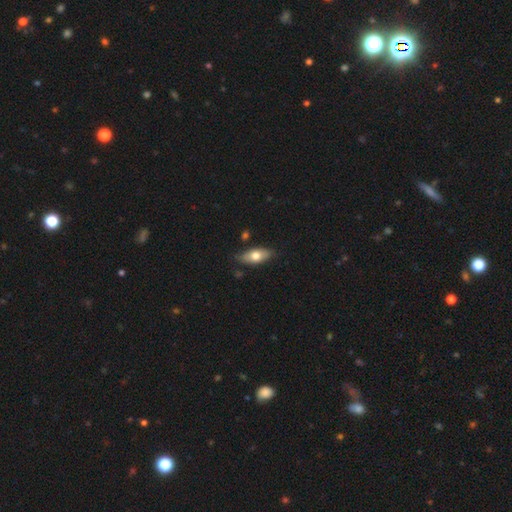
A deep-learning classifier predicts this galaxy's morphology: A smooth galaxy with no disk features (67%) that is in between round and cigar-shaped (83%).

Vote fractions:
- Smooth or featured? smooth: 67% / featured or disk: 27% / star or artifact: 6%
- How rounded? in between: 83% / cigar-shaped: 13% / round: 4%
- Merging? none: 78% / minor disturbance: 17% / major disturbance: 3% / merger: 2%